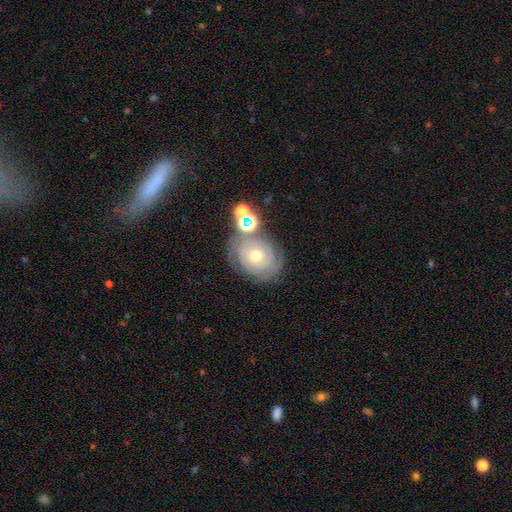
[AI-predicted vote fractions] smooth-or-featured: featured or disk: 63% | smooth: 23% | star or artifact: 14%
  disk-edge-on: no: 96% | yes: 4%
    bar: no: 80% | weak: 16% | strong: 4%
    has-spiral-arms: yes: 83% | no: 17%
    bulge-size: moderate: 59% | small: 35% | large: 3% | none: 1% | dominant: 1%
  merging: none: 62% | minor disturbance: 17% | merger: 12% | major disturbance: 8%